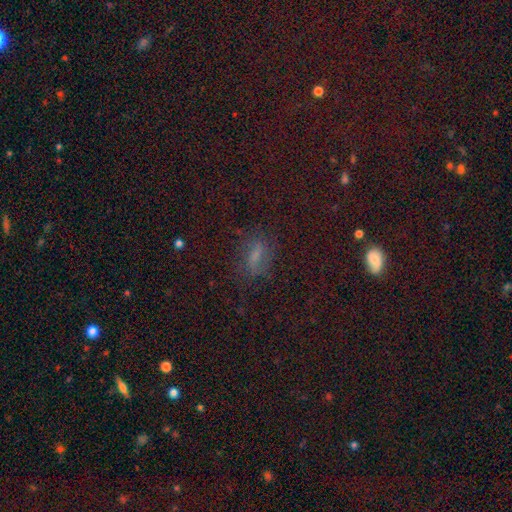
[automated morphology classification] This appears to be a smooth galaxy with no disk features (49%). Merging: none (68%).